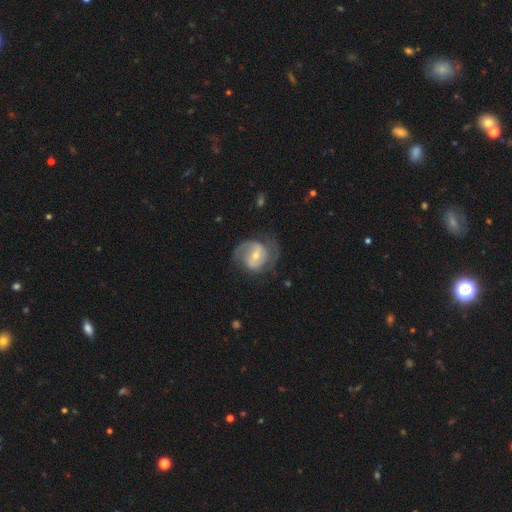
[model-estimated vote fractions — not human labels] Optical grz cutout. It shows a featured or disk galaxy (76%) with a weak bar (46%), 2 (72%) medium (46%) spiral arms (88%) and a moderate central bulge (48%). Merging: none (59%).